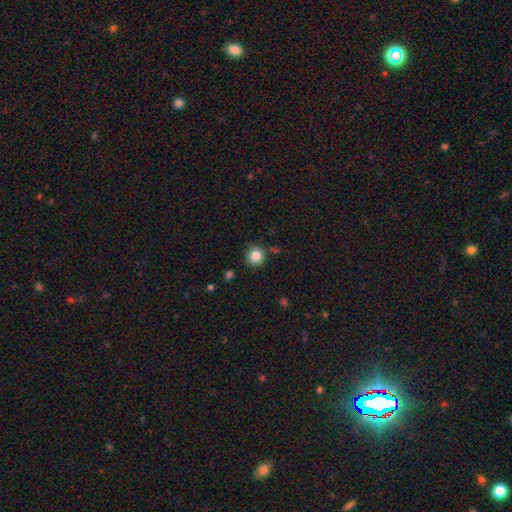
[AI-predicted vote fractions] The model was most divided on "merging": none: 83%, minor disturbance: 10%, merger: 3%, major disturbance: 3%. More confident: how rounded — round (92%); smooth or featured — smooth (85%).